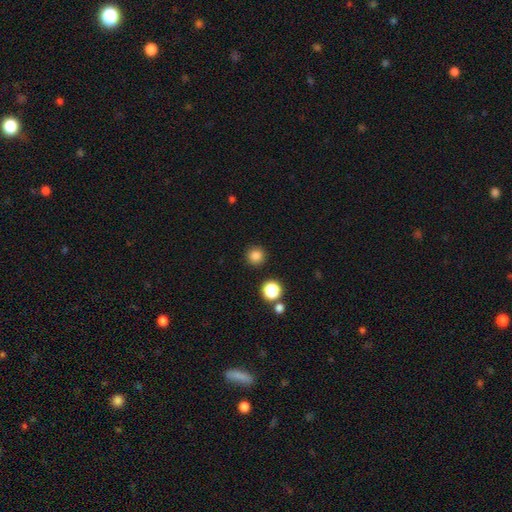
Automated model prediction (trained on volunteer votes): smooth-or-featured: smooth: 83% | star or artifact: 12% | featured or disk: 5%
  how-rounded: round: 95% | in between: 4% | cigar-shaped: 1%
  merging: none: 91% | minor disturbance: 5% | merger: 2% | major disturbance: 2%